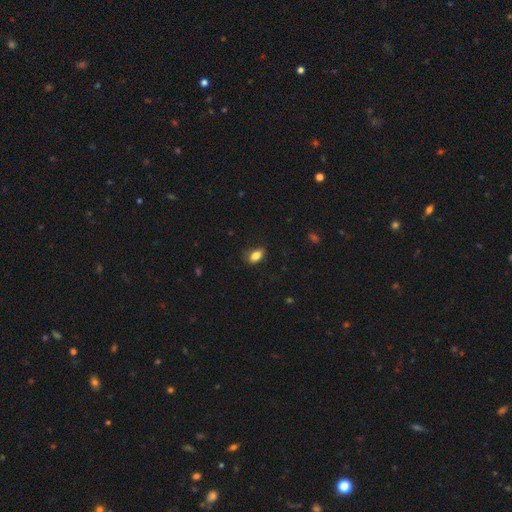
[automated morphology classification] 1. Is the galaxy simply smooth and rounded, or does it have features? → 84% smooth, 8% star or artifact, 7% featured or disk.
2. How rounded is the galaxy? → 88% in between, 8% round, 3% cigar-shaped.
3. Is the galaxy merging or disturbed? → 78% none, 17% minor disturbance, 3% major disturbance, 1% merger.